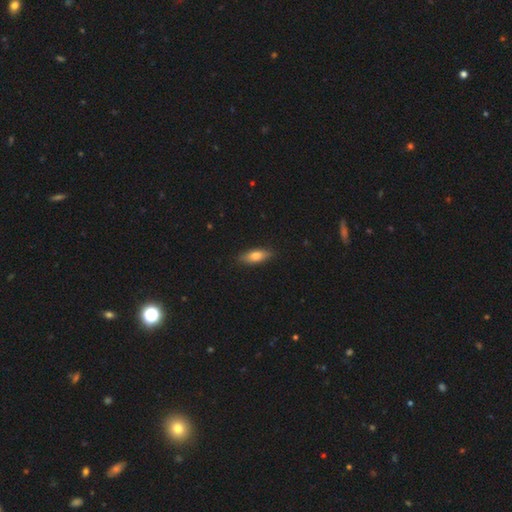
A smooth galaxy with no disk features (72%) that is in between round and cigar-shaped (68%). Merging: none (89%).